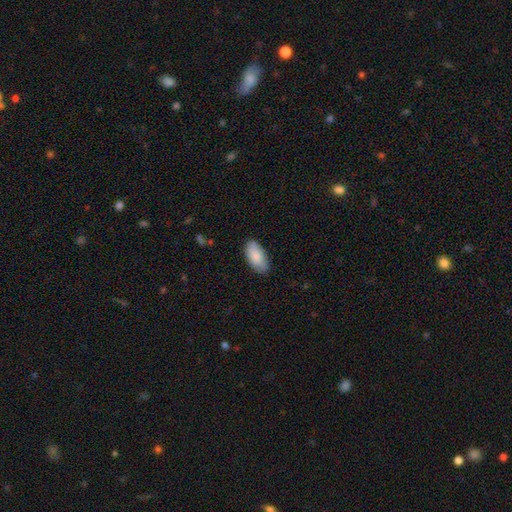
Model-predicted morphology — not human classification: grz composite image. It shows a smooth galaxy with no disk features (87%) that is in between round and cigar-shaped (94%). Merging: none (81%).